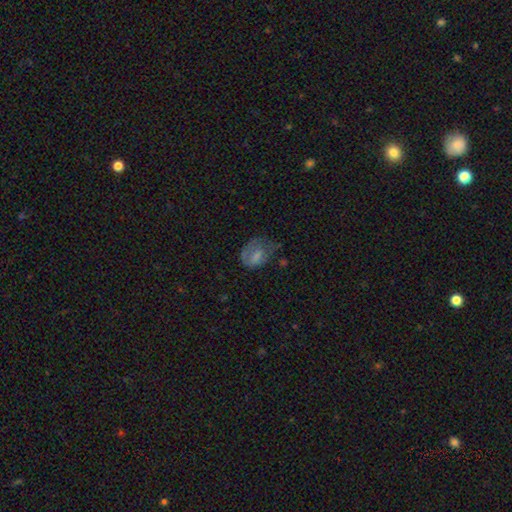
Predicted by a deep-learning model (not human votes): Smooth or featured? smooth (62%)
How rounded? in between (66%)
Merging? major disturbance (35%)